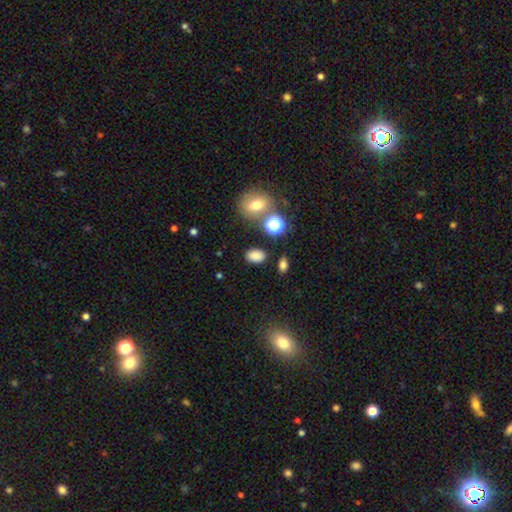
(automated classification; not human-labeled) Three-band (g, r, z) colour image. It shows a smooth galaxy with no disk features (81%) that is in between round and cigar-shaped (83%). Merging: none (81%).